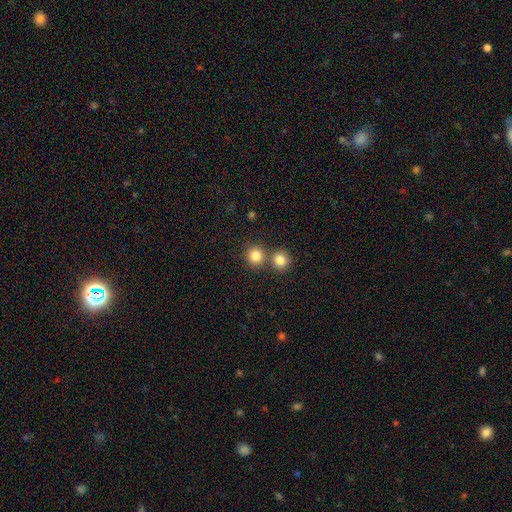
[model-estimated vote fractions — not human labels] This is clearly a smooth galaxy (83%). How rounded: clearly round (90%). Merging: likely none (64%).